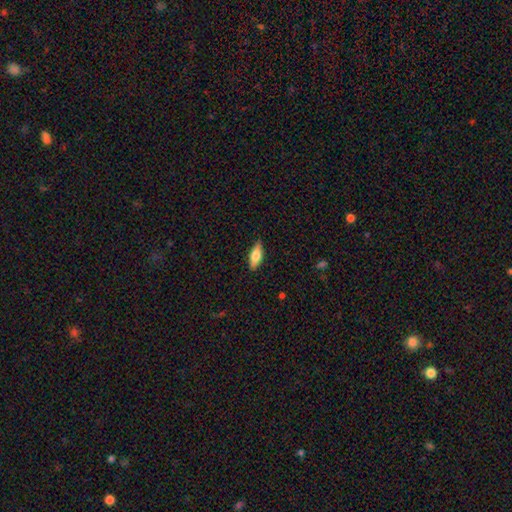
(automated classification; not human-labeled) Smooth or featured? Predicted: smooth (p=0.67). How rounded? Predicted: in between (p=0.68). Merging? Predicted: none (p=0.86).